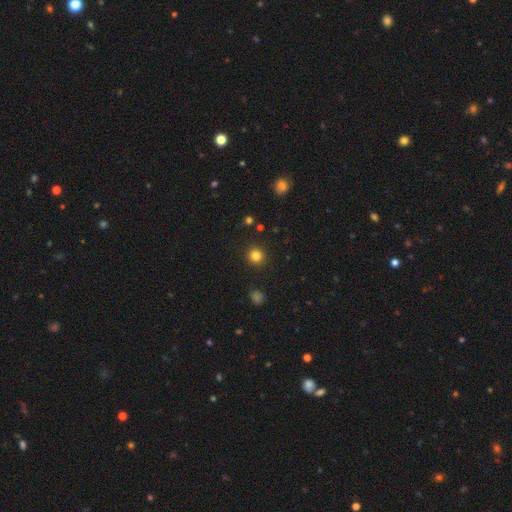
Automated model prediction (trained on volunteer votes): The model was most divided on "smooth or featured": smooth: 82%, star or artifact: 13%, featured or disk: 5%. More confident: how rounded — round (94%); merging — none (92%).